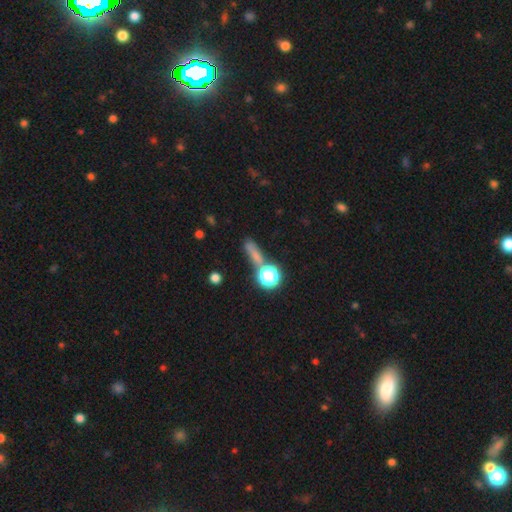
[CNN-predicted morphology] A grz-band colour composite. It shows a smooth galaxy with no disk features (61%) that is cigar-shaped (45%). Merging: none (57%).